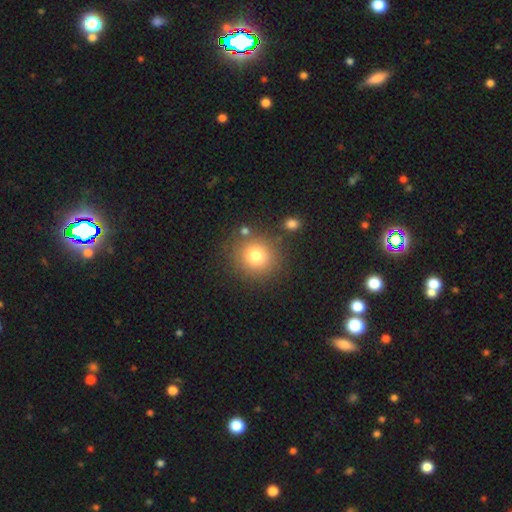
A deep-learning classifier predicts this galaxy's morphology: smooth_or_featured: smooth (p=0.78) [alt: star or artifact p=0.13]
how_rounded: round (p=0.90) [alt: in between p=0.10]
merging: none (p=0.81) [alt: minor disturbance p=0.09]